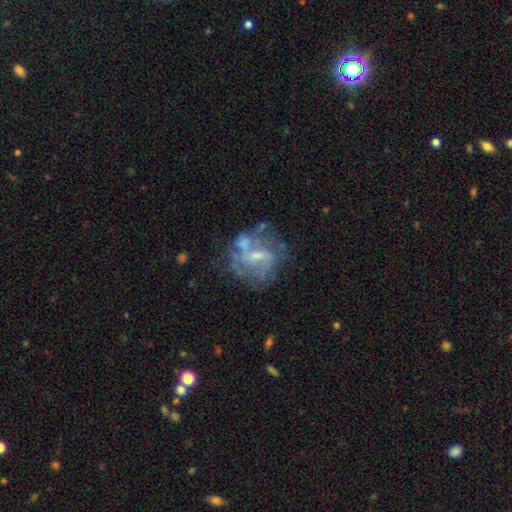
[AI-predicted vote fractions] featured or disk 73%, smooth 18%, star or artifact 9%. Down the decision tree: edge-on disk — no (97%); bar — weak (52%); spiral arms — yes (66%); bulge size — small (46%); merging — none (48%).